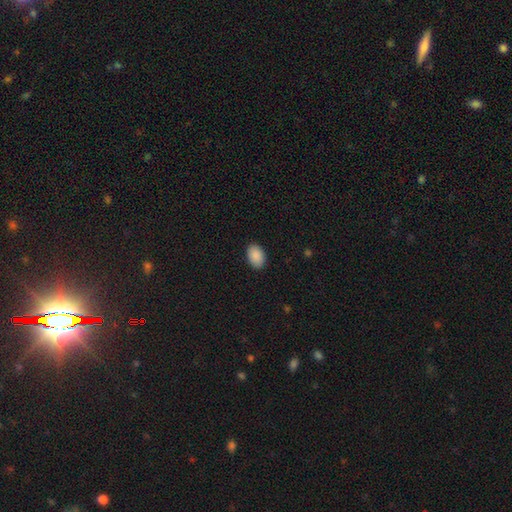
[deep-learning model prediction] Overall: smooth (91%). How rounded: in between (89%). Merging: none (89%).